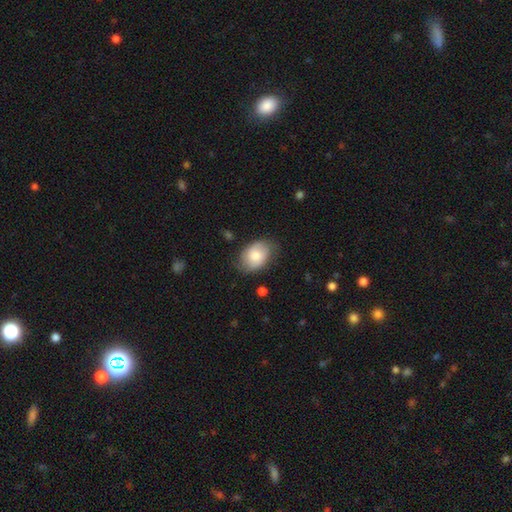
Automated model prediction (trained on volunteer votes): A smooth galaxy with no disk features (71%) that is in between round and cigar-shaped (83%).

Vote fractions:
- Smooth or featured? smooth: 71% / featured or disk: 23% / star or artifact: 6%
- How rounded? in between: 83% / round: 16% / cigar-shaped: 1%
- Merging? none: 71% / minor disturbance: 22% / major disturbance: 5% / merger: 1%